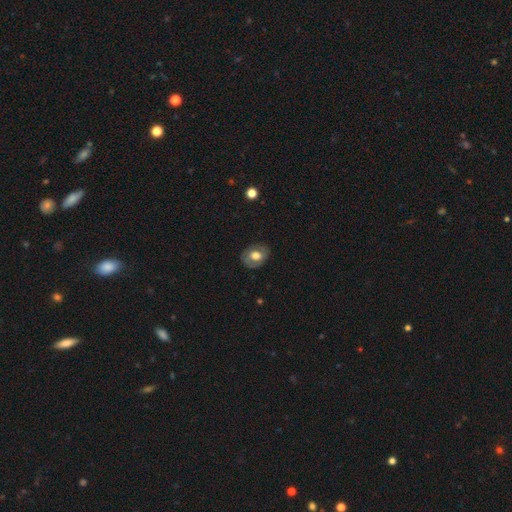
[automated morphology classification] Smooth or featured? smooth (55%)
How rounded? in between (61%)
Merging? none (80%)